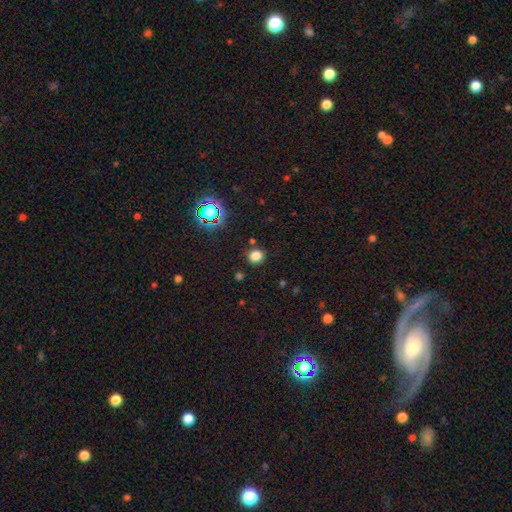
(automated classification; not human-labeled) This appears to be a smooth galaxy with no disk features (78%) that is round (86%). Merging: none (86%).